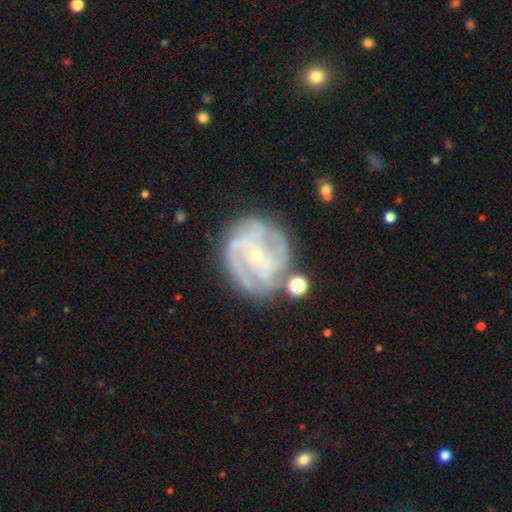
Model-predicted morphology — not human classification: smooth_or_featured: featured or disk (p=0.84) [alt: smooth p=0.10]
disk_edge_on: no (p=0.97) [alt: yes p=0.03]
bar: no (p=0.57) [alt: weak p=0.30]
has_spiral_arms: yes (p=0.92) [alt: no p=0.08]
spiral_winding: tight (p=0.54) [alt: medium p=0.36]
spiral_arm_count: 3 (p=0.28) [alt: can't tell p=0.24]
bulge_size: small (p=0.82) [alt: moderate p=0.14]
merging: none (p=0.70) [alt: minor disturbance p=0.18]